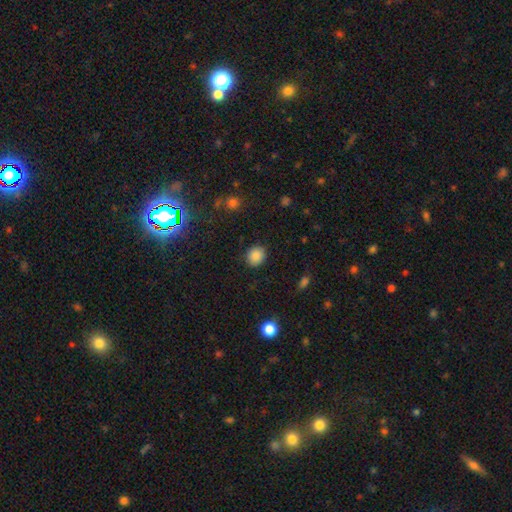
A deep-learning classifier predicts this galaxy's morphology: This appears to be a smooth galaxy with no disk features (86%) that is round (77%). Merging: none (89%).